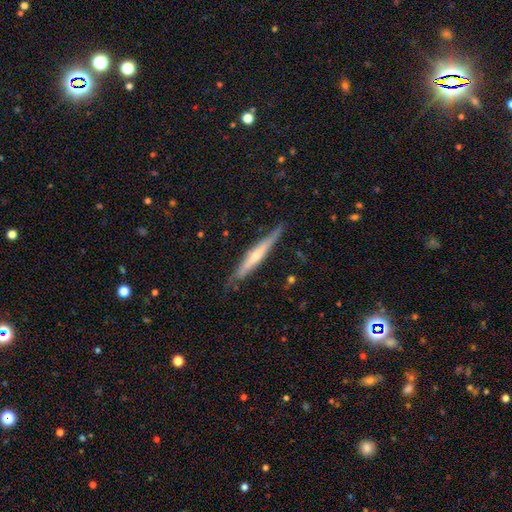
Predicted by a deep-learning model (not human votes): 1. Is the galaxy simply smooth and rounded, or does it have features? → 62% featured or disk, 33% smooth, 6% star or artifact.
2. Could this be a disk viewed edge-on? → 93% yes, 7% no.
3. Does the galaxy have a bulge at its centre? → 56% rounded, 36% none, 7% boxy.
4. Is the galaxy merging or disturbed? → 81% none, 15% minor disturbance, 2% major disturbance, 1% merger.